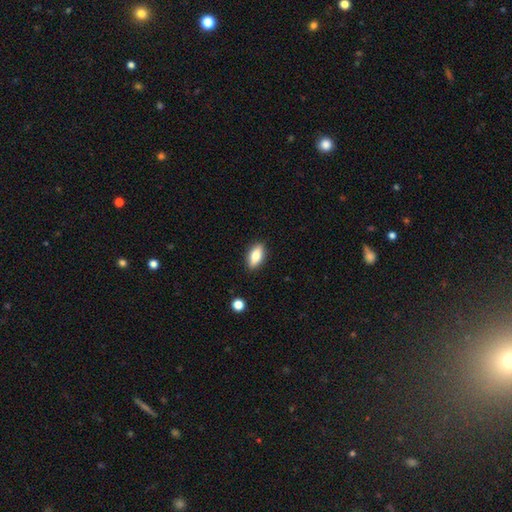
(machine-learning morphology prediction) Smooth or featured? Predicted: smooth (p=0.79). How rounded? Predicted: in between (p=0.85). Merging? Predicted: none (p=0.88).